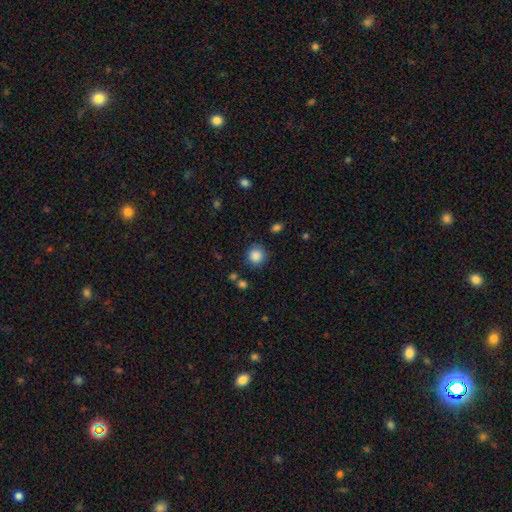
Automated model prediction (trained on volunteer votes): Q: Smooth or featured?
A: smooth (86%); runner-up: star or artifact (9%)
Q: How rounded?
A: round (91%); runner-up: in between (8%)
Q: Merging?
A: none (82%); runner-up: minor disturbance (12%)